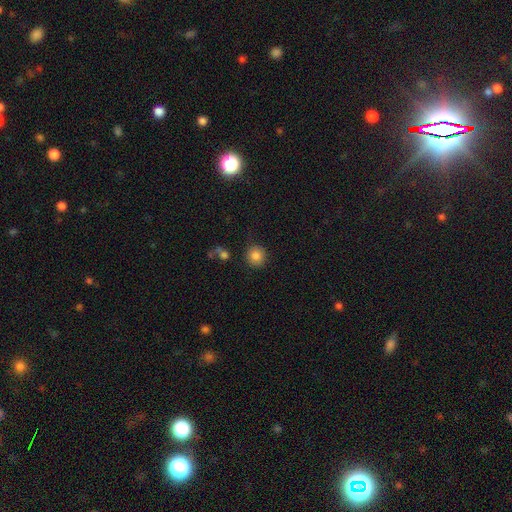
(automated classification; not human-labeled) This appears to be a smooth galaxy with no disk features (84%) that is round (92%). Merging: none (84%).